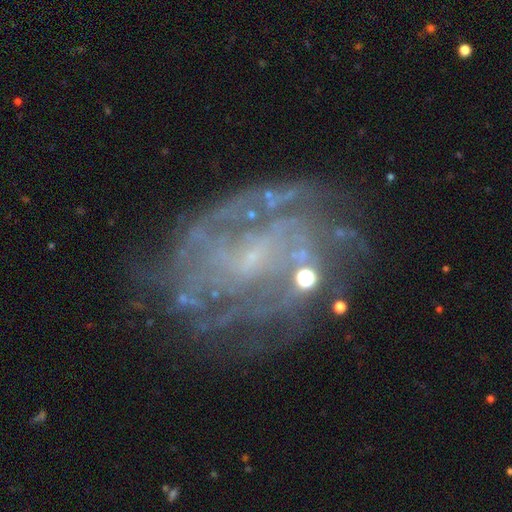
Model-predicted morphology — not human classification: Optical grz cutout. It shows a featured or disk galaxy (81%) with no bar (53%), tight (56%) spiral arms (85%) and a small central bulge (69%). Merging: none (67%).